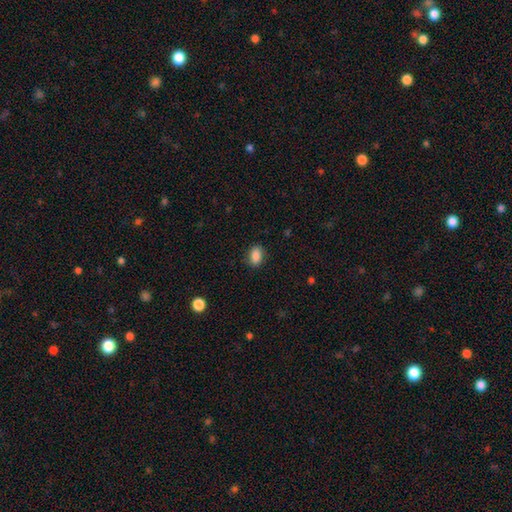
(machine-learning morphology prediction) Smooth or featured: smooth — 87% (star or artifact — 8%)
How rounded: in between — 85% (round — 12%)
Merging: none — 85% (minor disturbance — 11%)